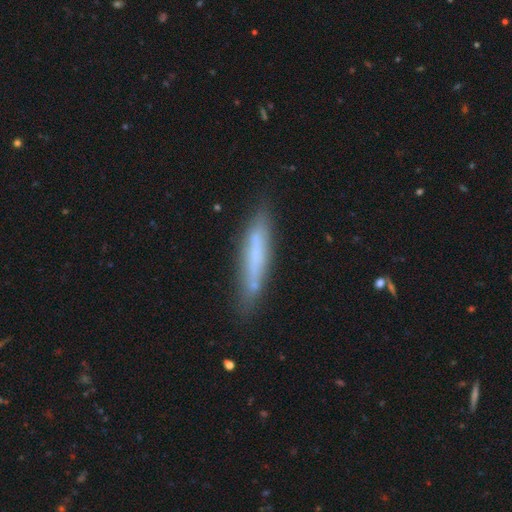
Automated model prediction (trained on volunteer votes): A smooth galaxy with no disk features (59%) that is cigar-shaped (91%). Merging: none (77%).